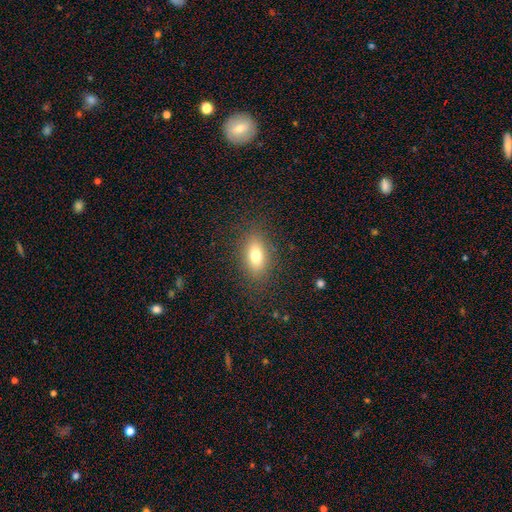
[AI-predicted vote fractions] A smooth galaxy with no disk features (75%) that is in between round and cigar-shaped (83%).

Vote fractions:
- Smooth or featured? smooth: 75% / featured or disk: 15% / star or artifact: 10%
- How rounded? in between: 83% / round: 9% / cigar-shaped: 8%
- Merging? none: 85% / minor disturbance: 10% / major disturbance: 4% / merger: 1%